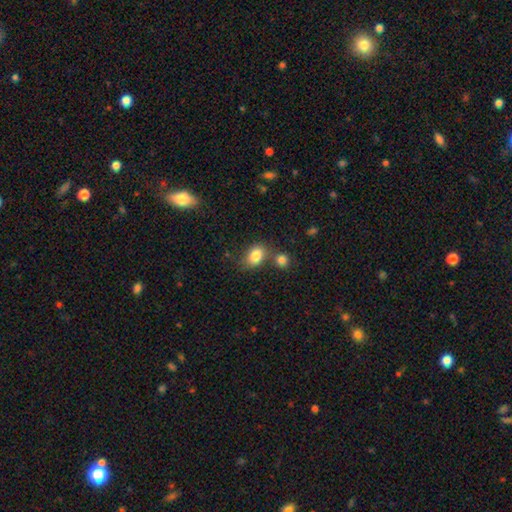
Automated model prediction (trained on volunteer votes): smooth 84%, star or artifact 9%, featured or disk 7%. Down the decision tree: how rounded — in between (74%); merging — none (59%).